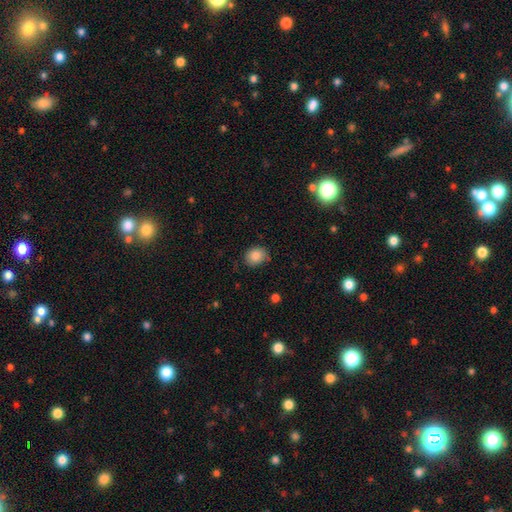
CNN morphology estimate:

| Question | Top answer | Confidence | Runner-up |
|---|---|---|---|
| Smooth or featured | smooth | 86% | star or artifact (8%) |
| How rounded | round | 56% | in between (43%) |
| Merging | none | 74% | minor disturbance (21%) |